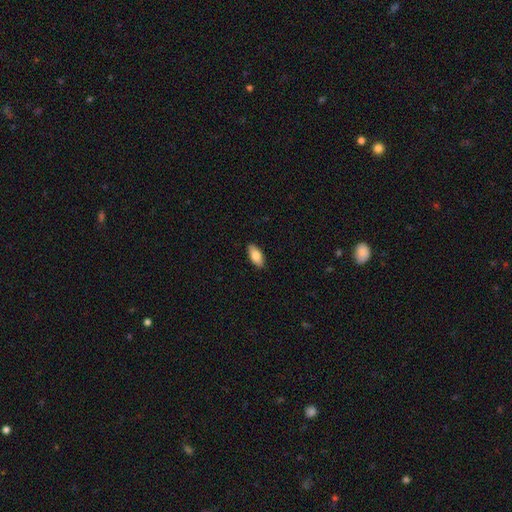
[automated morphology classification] Smooth or featured?
  - smooth: 83% *
  - featured or disk: 11%
  - star or artifact: 6%
How rounded?
  - in between: 89% *
  - cigar-shaped: 9%
  - round: 2%
Merging?
  - none: 88% *
  - minor disturbance: 9%
  - major disturbance: 2%
  - merger: 1%